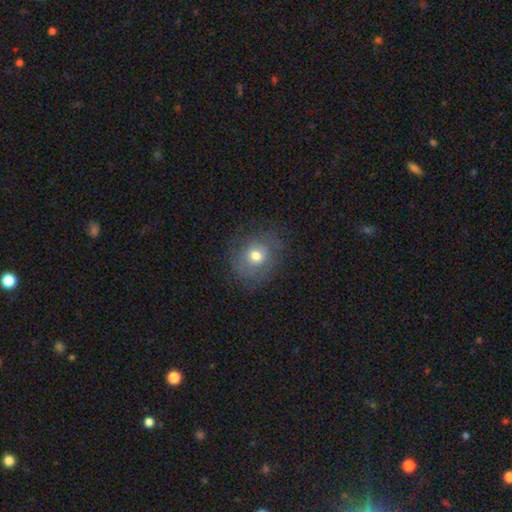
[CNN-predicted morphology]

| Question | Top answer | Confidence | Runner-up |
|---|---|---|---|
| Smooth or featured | smooth | 66% | featured or disk (22%) |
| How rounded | round | 76% | in between (23%) |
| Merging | none | 75% | minor disturbance (15%) |